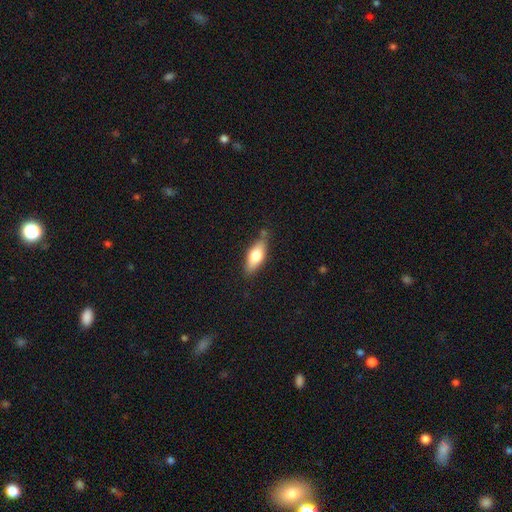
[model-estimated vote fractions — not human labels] A smooth galaxy with no disk features (66%) that is in between round and cigar-shaped (72%).

Vote fractions:
- Smooth or featured? smooth: 66% / featured or disk: 28% / star or artifact: 6%
- How rounded? in between: 72% / cigar-shaped: 25% / round: 3%
- Merging? none: 76% / minor disturbance: 16% / merger: 4% / major disturbance: 3%